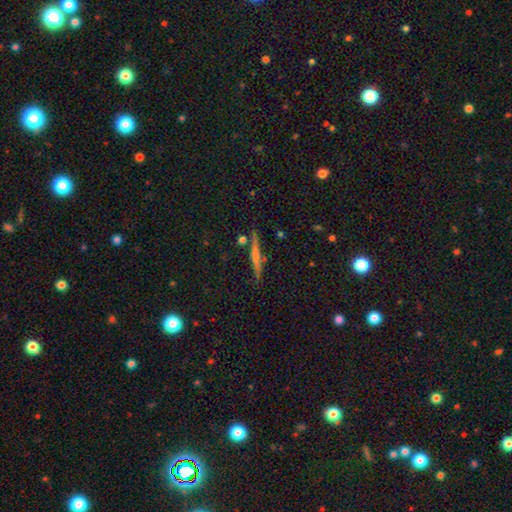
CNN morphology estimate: Overall: smooth (46%; featured or disk 45%). Merging: none (82%).